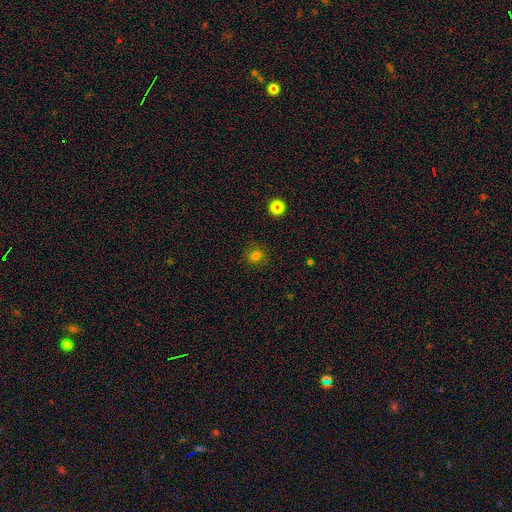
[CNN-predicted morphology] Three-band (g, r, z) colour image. It shows a smooth galaxy with no disk features (76%) that is round (83%). Merging: none (83%).